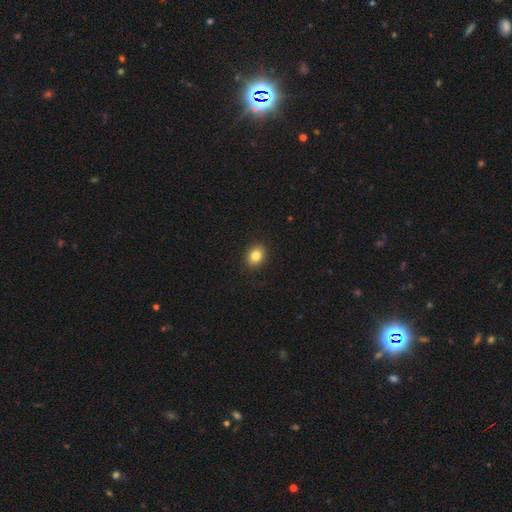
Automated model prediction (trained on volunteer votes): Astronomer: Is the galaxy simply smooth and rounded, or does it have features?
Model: smooth — 83%.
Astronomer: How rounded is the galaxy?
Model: in between — 50% (runner-up: round, 49%).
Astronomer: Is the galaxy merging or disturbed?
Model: none — 90%.